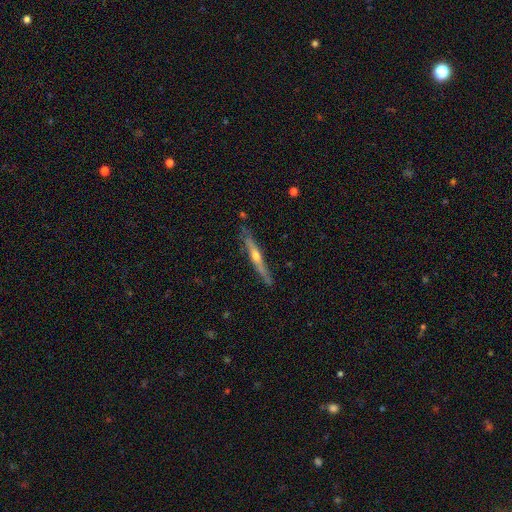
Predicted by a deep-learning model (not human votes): This appears to be a featured or disk galaxy (75%) viewed edge-on (96%) with a rounded central bulge (85%). Merging: none (84%).